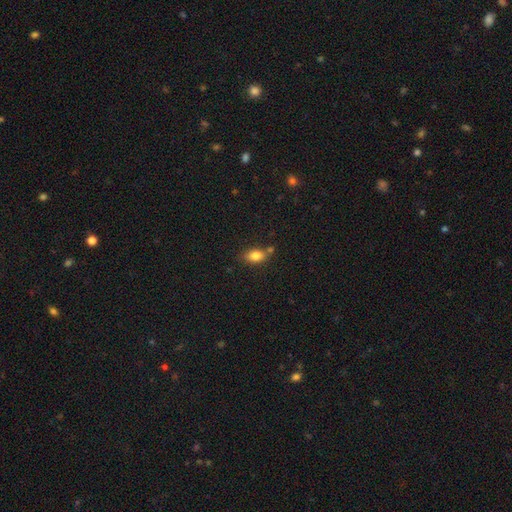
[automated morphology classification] smooth 81%, featured or disk 10%, star or artifact 9%. Down the decision tree: how rounded — in between (82%); merging — none (64%).